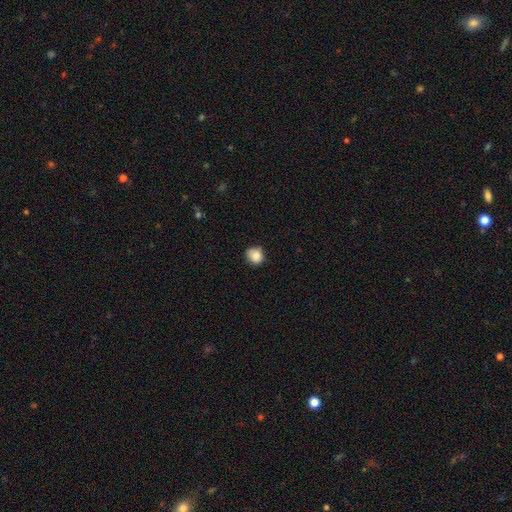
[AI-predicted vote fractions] smooth_or_featured: smooth (p=0.85) [alt: star or artifact p=0.09]
how_rounded: round (p=0.84) [alt: in between p=0.15]
merging: none (p=0.79) [alt: minor disturbance p=0.17]